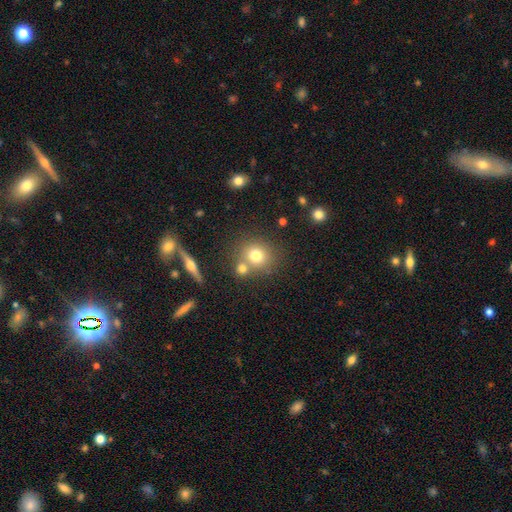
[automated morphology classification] type=smooth (74%); roundness=round (85%); merging=none (62%).